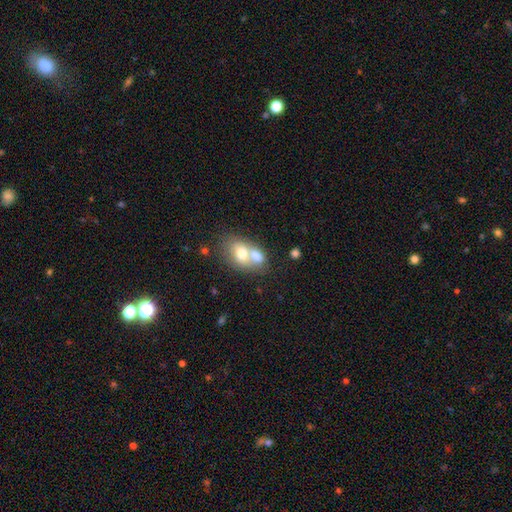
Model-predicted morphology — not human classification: This is likely a smooth galaxy (69%). How rounded: likely in between (70%). Merging: likely merger (68%).